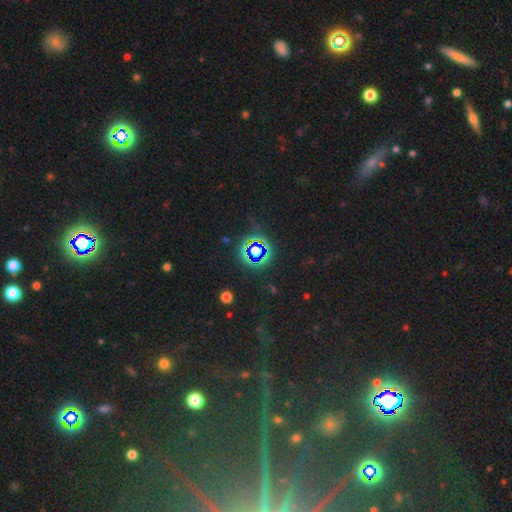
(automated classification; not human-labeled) A star or artifact, not a galaxy (76%).

Vote fractions:
- Smooth or featured? star or artifact: 76% / smooth: 15% / featured or disk: 9%